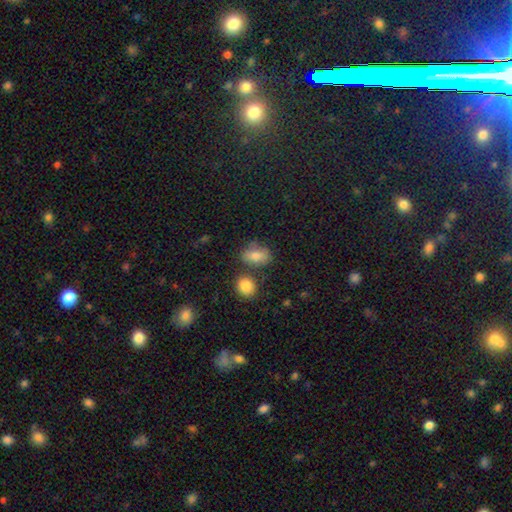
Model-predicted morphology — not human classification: This is likely a smooth galaxy (77%). How rounded: likely in between (79%). Merging: likely none (64%).